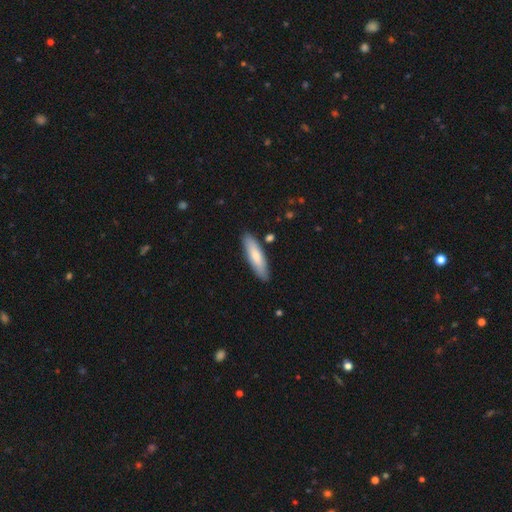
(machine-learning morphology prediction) type=smooth (77%); roundness=cigar-shaped (69%); merging=none (86%).